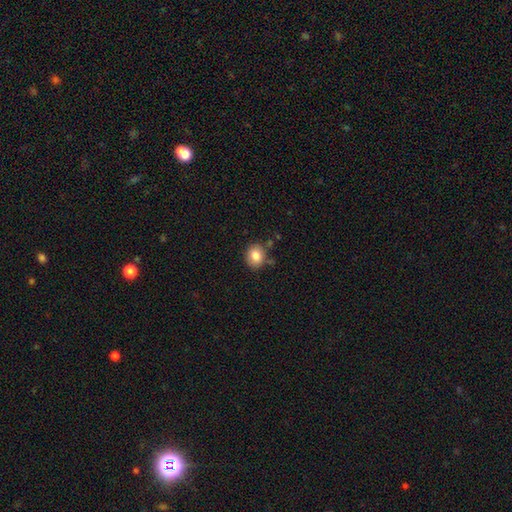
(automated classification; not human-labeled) Smooth or featured? smooth (82%)
How rounded? round (65%)
Merging? none (78%)